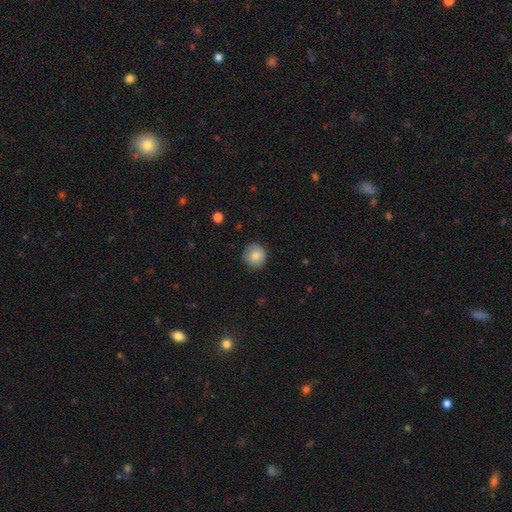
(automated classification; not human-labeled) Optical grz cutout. It shows a smooth galaxy with no disk features (84%) that is round (93%). Merging: none (85%).